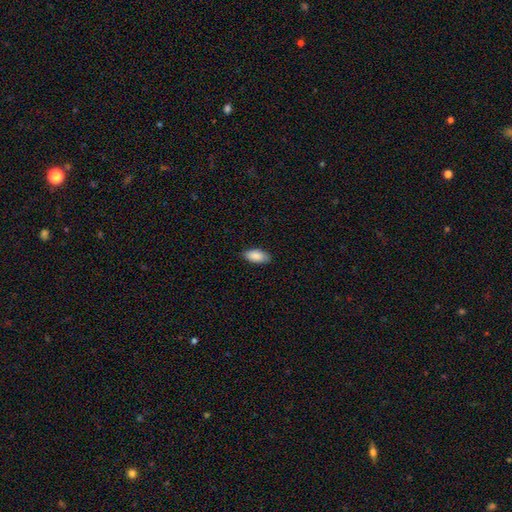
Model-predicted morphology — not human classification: Smooth or featured? smooth (89%)
How rounded? in between (91%)
Merging? none (86%)